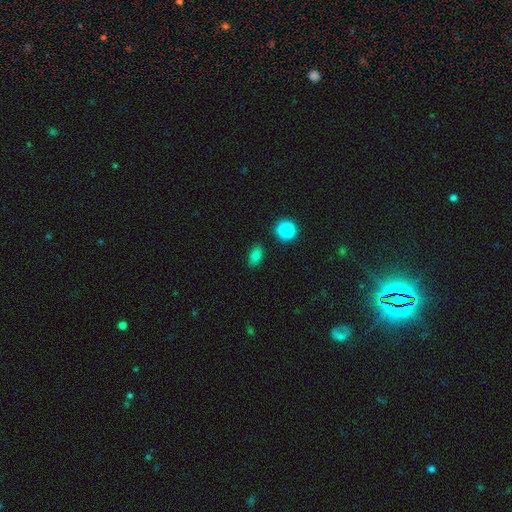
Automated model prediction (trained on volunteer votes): This appears to be a smooth galaxy with no disk features (78%) that is in between round and cigar-shaped (81%). Merging: none (85%).